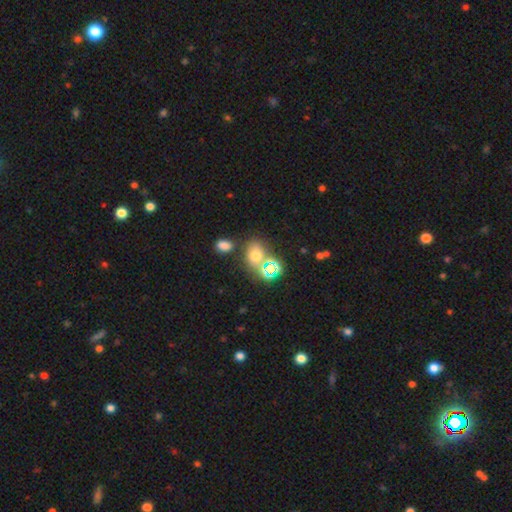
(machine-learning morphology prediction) Smooth or featured: smooth — 61% (star or artifact — 28%)
How rounded: in between — 55% (round — 44%)
Merging: none — 60% (merger — 22%)